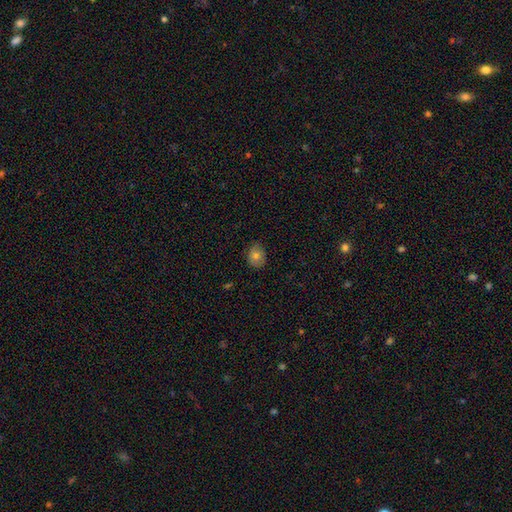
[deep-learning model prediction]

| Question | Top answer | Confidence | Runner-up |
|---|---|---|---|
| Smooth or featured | smooth | 76% | featured or disk (15%) |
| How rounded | round | 57% | in between (42%) |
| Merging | none | 79% | minor disturbance (18%) |